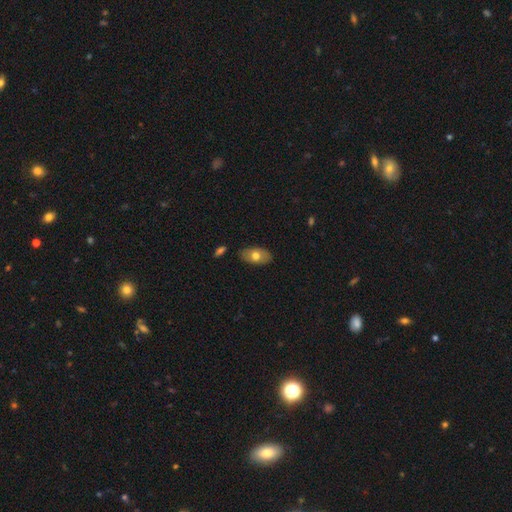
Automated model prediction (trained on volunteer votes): smooth 67%, featured or disk 27%, star or artifact 7%. Down the decision tree: how rounded — in between (92%); merging — none (84%).